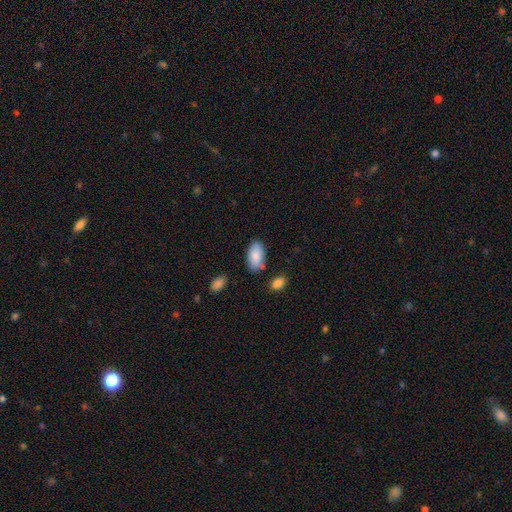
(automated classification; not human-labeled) This appears to be a smooth galaxy with no disk features (86%) that is in between round and cigar-shaped (95%). Merging: none (76%).